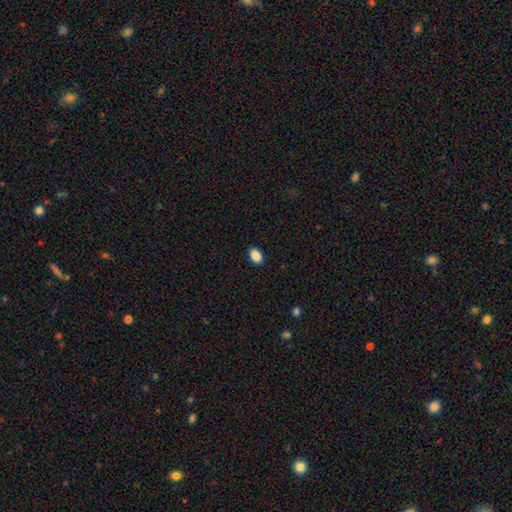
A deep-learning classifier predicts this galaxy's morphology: A smooth galaxy with no disk features (90%) that is in between round and cigar-shaped (90%).

Vote fractions:
- Smooth or featured? smooth: 90% / star or artifact: 8% / featured or disk: 3%
- How rounded? in between: 90% / round: 9% / cigar-shaped: 1%
- Merging? none: 90% / minor disturbance: 7% / major disturbance: 2% / merger: 1%